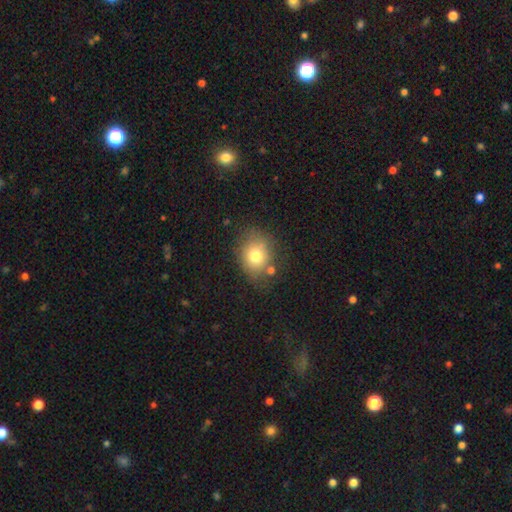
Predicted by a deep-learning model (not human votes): Smooth or featured? Predicted: smooth (p=0.74). How rounded? Predicted: round (p=0.61). Merging? Predicted: none (p=0.69).